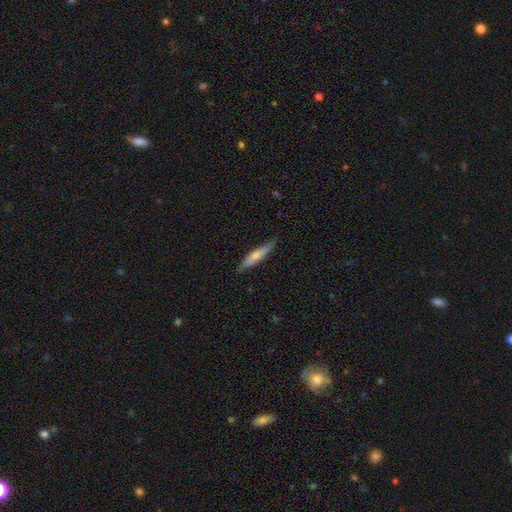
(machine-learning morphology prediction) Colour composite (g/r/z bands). It shows a smooth galaxy with no disk features (61%) that is cigar-shaped (87%). Merging: none (85%).